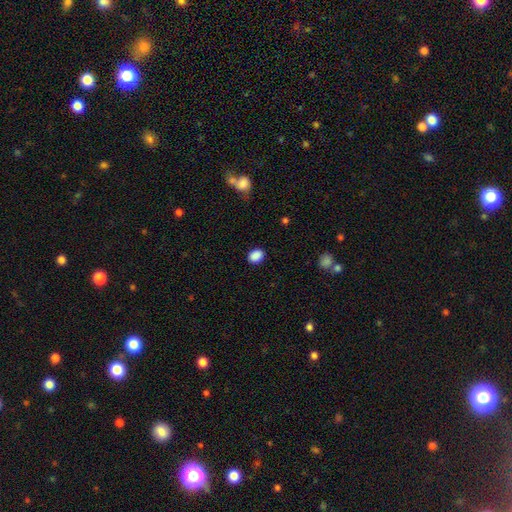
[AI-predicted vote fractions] smooth-or-featured: smooth: 88% | star or artifact: 9% | featured or disk: 3%
  how-rounded: in between: 60% | round: 39% | cigar-shaped: 1%
  merging: none: 87% | minor disturbance: 9% | major disturbance: 2% | merger: 1%